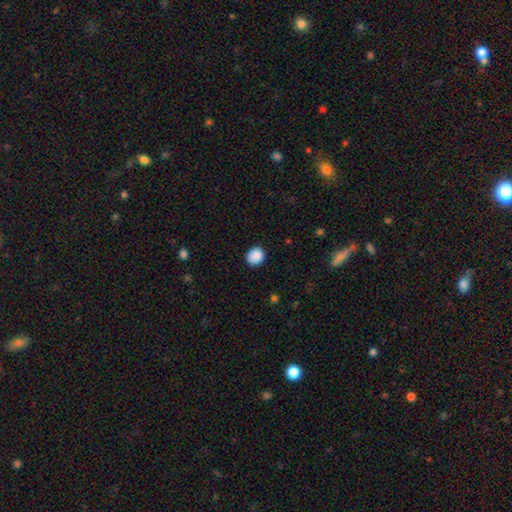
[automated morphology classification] A smooth galaxy with no disk features (88%) that is round (79%). Merging: none (86%).